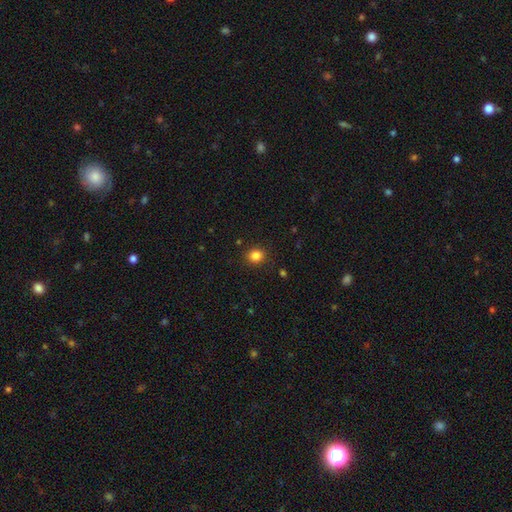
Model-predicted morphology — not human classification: smooth 84%, star or artifact 12%, featured or disk 4%. Down the decision tree: how rounded — round (78%); merging — none (89%).